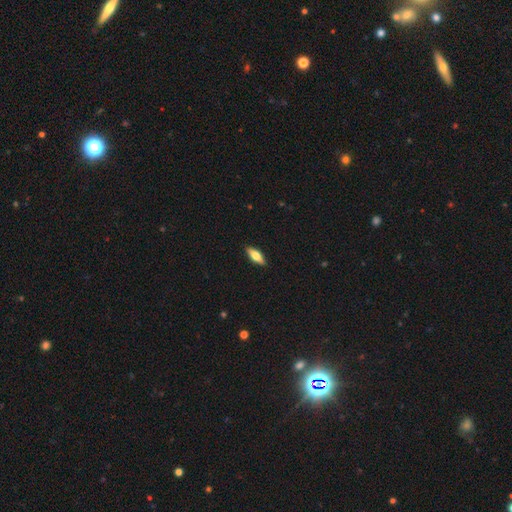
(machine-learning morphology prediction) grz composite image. It shows a smooth galaxy with no disk features (63%) that is in between round and cigar-shaped (64%). Merging: none (90%).